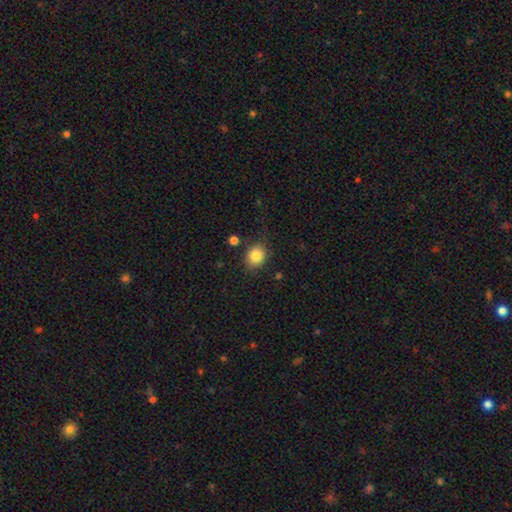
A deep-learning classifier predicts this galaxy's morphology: smooth-or-featured: smooth: 84% | star or artifact: 9% | featured or disk: 6%
  how-rounded: round: 67% | in between: 32% | cigar-shaped: 1%
  merging: none: 80% | minor disturbance: 13% | major disturbance: 4% | merger: 4%